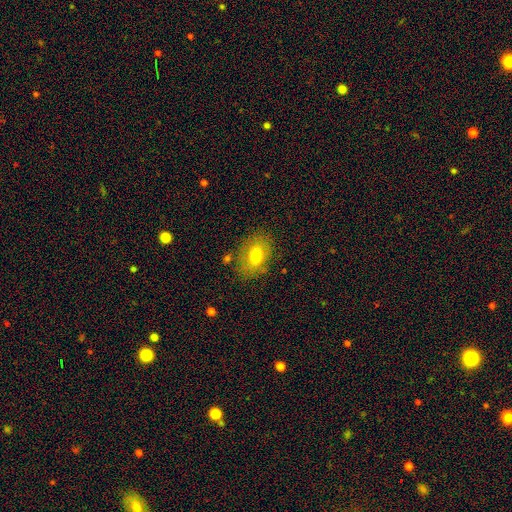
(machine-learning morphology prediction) A smooth galaxy with no disk features (71%) that is in between round and cigar-shaped (78%). Merging: none (76%).